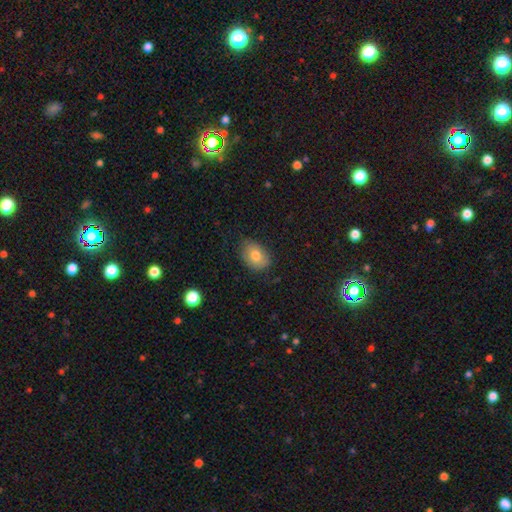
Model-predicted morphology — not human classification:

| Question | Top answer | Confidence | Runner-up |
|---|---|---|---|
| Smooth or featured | smooth | 78% | featured or disk (13%) |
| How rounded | in between | 73% | round (26%) |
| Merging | none | 77% | minor disturbance (19%) |